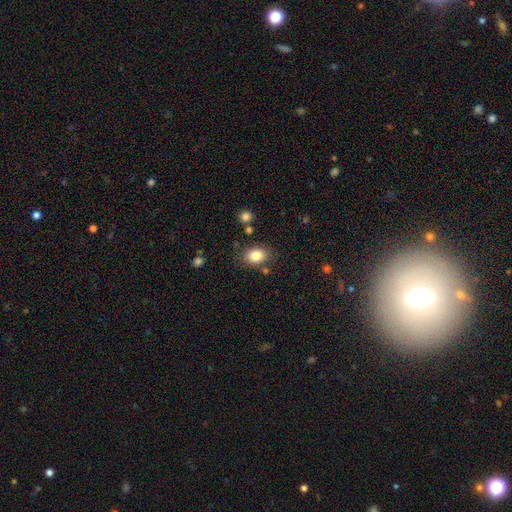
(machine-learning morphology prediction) Smooth or featured? smooth (83%)
How rounded? in between (75%)
Merging? none (79%)